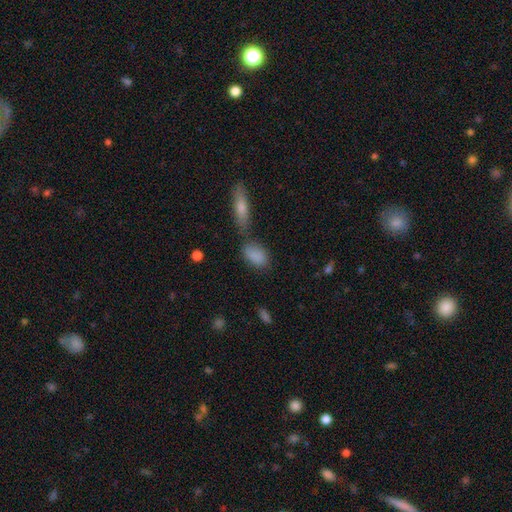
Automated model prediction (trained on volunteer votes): Morphology: type=smooth (86%); roundness=in between (88%); merging=none (59%).